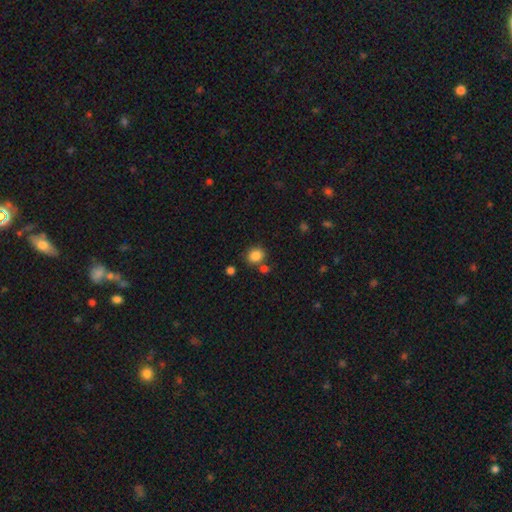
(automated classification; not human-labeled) smooth_or_featured: smooth (p=0.85) [alt: star or artifact p=0.10]
how_rounded: round (p=0.69) [alt: in between p=0.30]
merging: none (p=0.74) [alt: minor disturbance p=0.11]